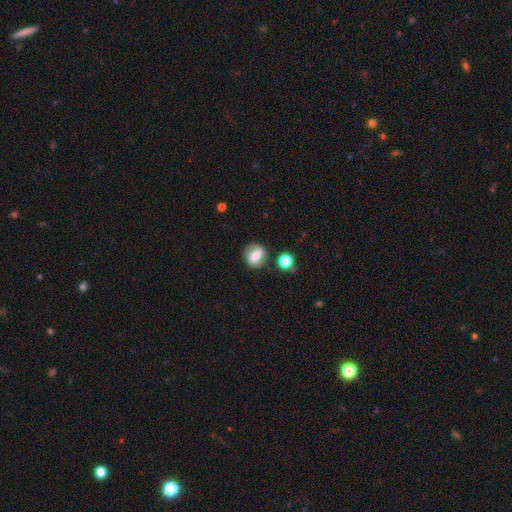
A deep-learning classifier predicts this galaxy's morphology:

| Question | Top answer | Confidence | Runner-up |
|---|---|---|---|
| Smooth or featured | smooth | 56% | featured or disk (35%) |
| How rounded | round | 61% | in between (37%) |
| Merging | none | 74% | minor disturbance (14%) |